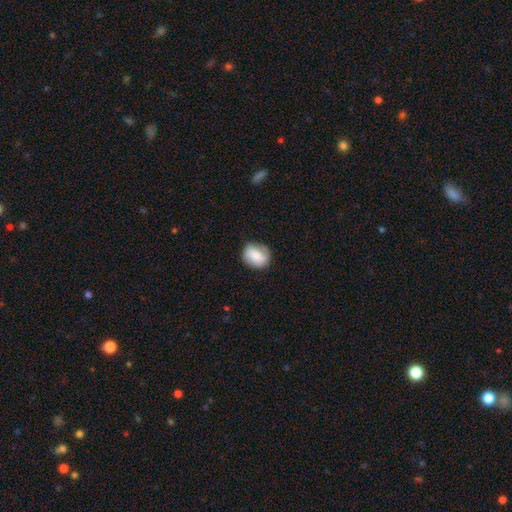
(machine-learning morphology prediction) smooth_or_featured: smooth (p=0.74) [alt: featured or disk p=0.19]
how_rounded: round (p=0.58) [alt: in between p=0.41]
merging: none (p=0.73) [alt: minor disturbance p=0.20]